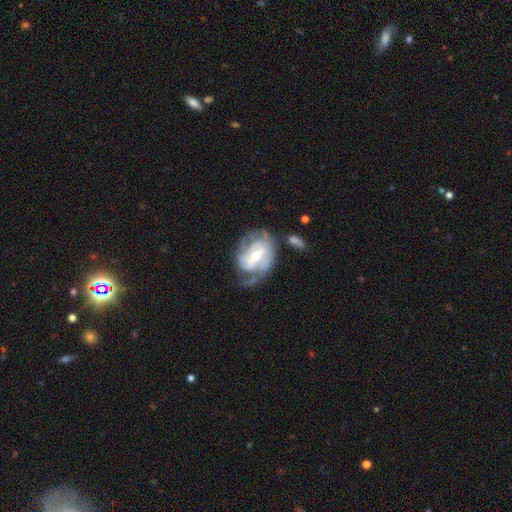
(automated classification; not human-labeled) This appears to be a featured or disk galaxy (81%) with a weak bar (44%), 2 (41%) tight (48%) spiral arms (87%) and a moderate central bulge (51%). Merging: none (49%).